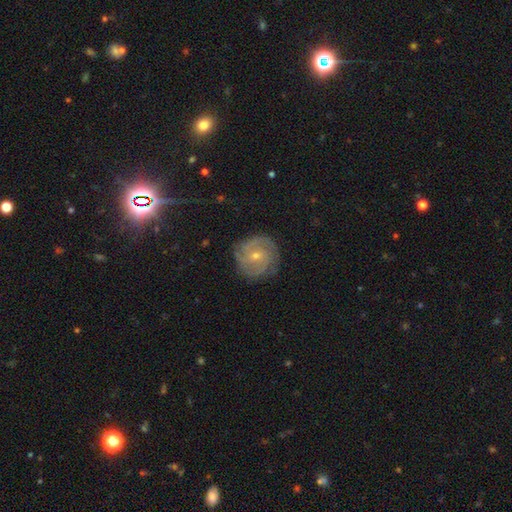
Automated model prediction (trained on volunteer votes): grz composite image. It shows a featured or disk galaxy (77%) with no bar (56%), 2 (31%) tight (64%) spiral arms (94%) and a small central bulge (61%). Merging: none (82%).